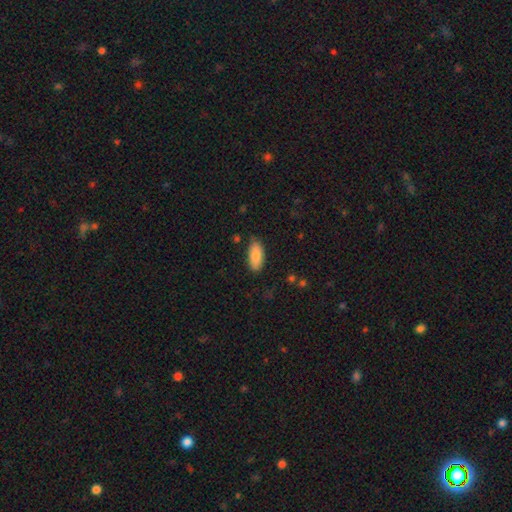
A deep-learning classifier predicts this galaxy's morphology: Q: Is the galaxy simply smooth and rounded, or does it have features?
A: smooth — 87%.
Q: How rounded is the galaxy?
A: in between — 87%.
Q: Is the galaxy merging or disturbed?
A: none — 81%.